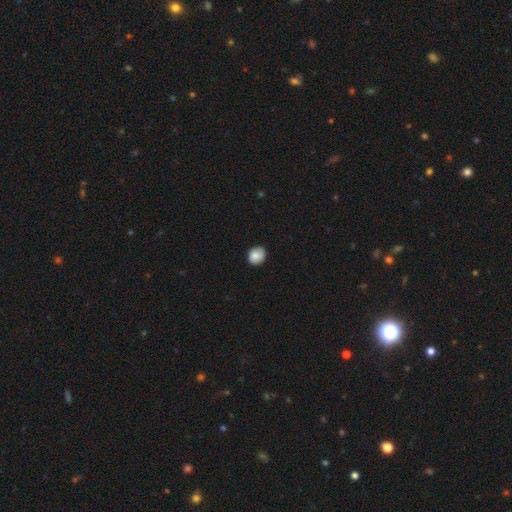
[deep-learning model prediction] A smooth galaxy with no disk features (84%) that is round (76%). Merging: none (84%).